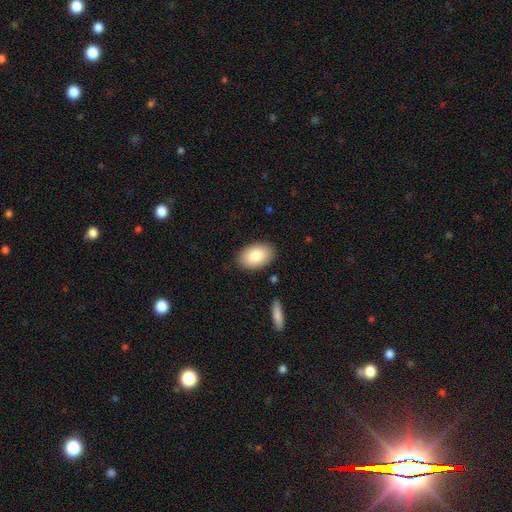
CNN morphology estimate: Smooth or featured: smooth — 83% (featured or disk — 11%)
How rounded: in between — 92% (round — 7%)
Merging: none — 87% (minor disturbance — 9%)